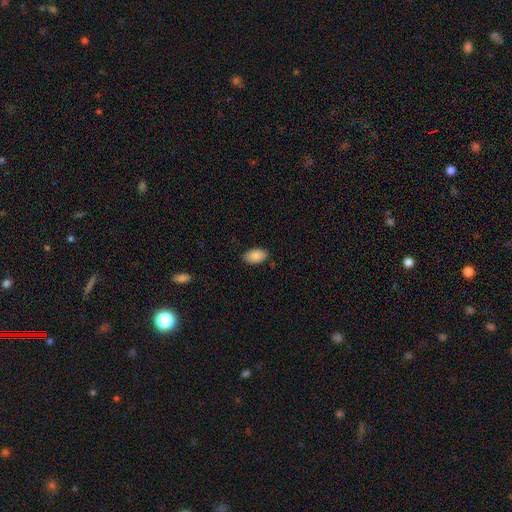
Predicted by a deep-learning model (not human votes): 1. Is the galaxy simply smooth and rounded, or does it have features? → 88% smooth, 7% star or artifact, 5% featured or disk.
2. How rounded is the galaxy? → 94% in between, 4% round, 1% cigar-shaped.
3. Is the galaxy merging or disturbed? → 86% none, 10% minor disturbance, 2% major disturbance, 1% merger.